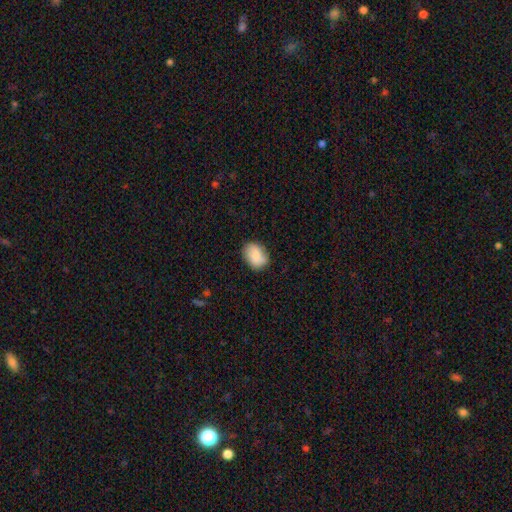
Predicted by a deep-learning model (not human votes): Smooth or featured: smooth — 82% (featured or disk — 11%)
How rounded: in between — 65% (round — 34%)
Merging: none — 78% (minor disturbance — 17%)